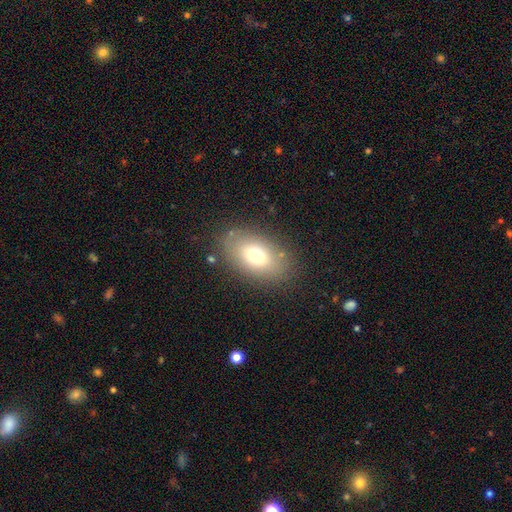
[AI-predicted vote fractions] This is likely a smooth galaxy (72%). How rounded: clearly in between (87%). Merging: clearly none (81%).